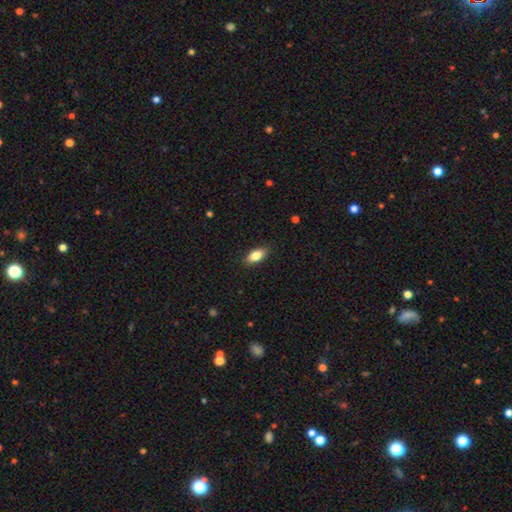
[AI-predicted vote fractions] Smooth or featured? Predicted: smooth (p=0.83). How rounded? Predicted: in between (p=0.87). Merging? Predicted: none (p=0.86).